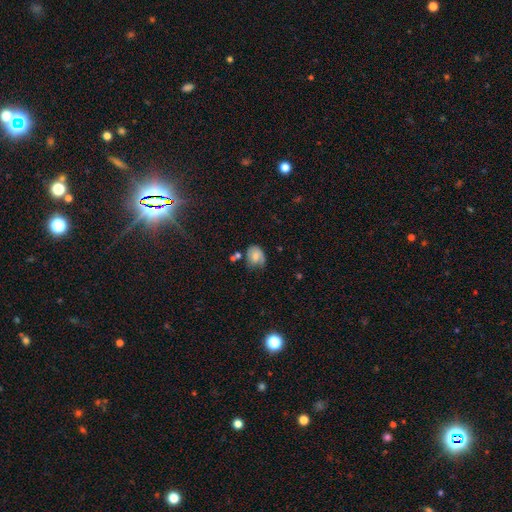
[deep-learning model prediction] Smooth or featured: smooth — 61% (featured or disk — 29%)
How rounded: in between — 54% (round — 45%)
Merging: none — 42% (minor disturbance — 34%)